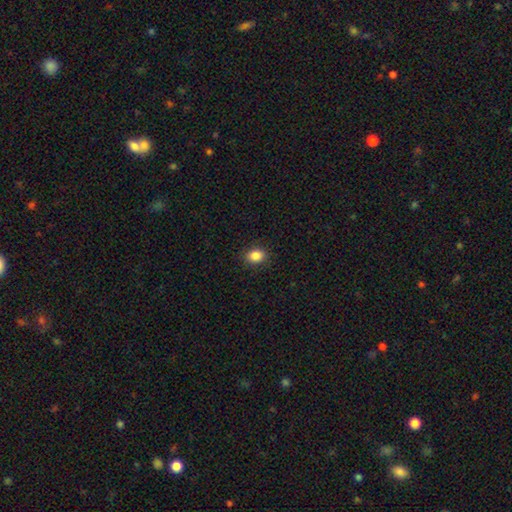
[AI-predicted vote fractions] A smooth galaxy with no disk features (86%) that is in between round and cigar-shaped (54%).

Vote fractions:
- Smooth or featured? smooth: 86% / star or artifact: 10% / featured or disk: 4%
- How rounded? in between: 54% / round: 45% / cigar-shaped: 1%
- Merging? none: 89% / minor disturbance: 8% / major disturbance: 2% / merger: 1%